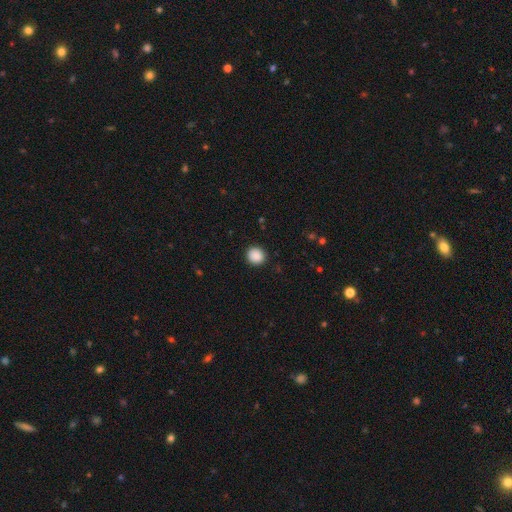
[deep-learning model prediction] smooth 89%, star or artifact 9%, featured or disk 3%. Down the decision tree: how rounded — round (88%); merging — none (91%).